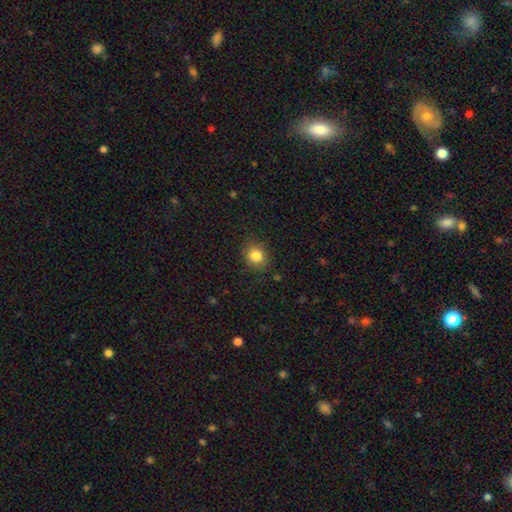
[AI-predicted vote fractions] Smooth or featured? smooth (84%)
How rounded? round (73%)
Merging? none (84%)